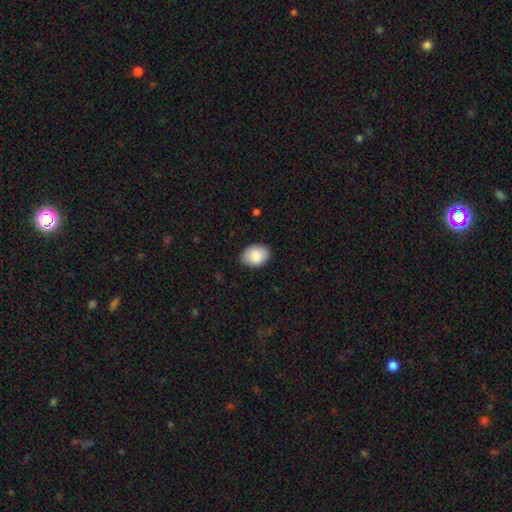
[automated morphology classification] A smooth galaxy with no disk features (87%) that is in between round and cigar-shaped (73%). Merging: none (86%).